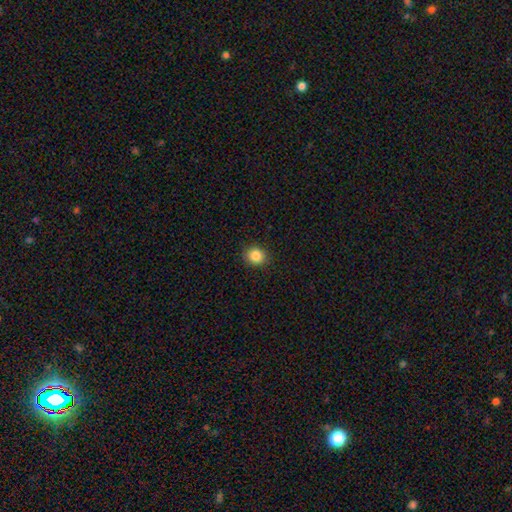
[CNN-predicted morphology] This is clearly a smooth galaxy (86%). How rounded: likely round (79%). Merging: clearly none (90%).